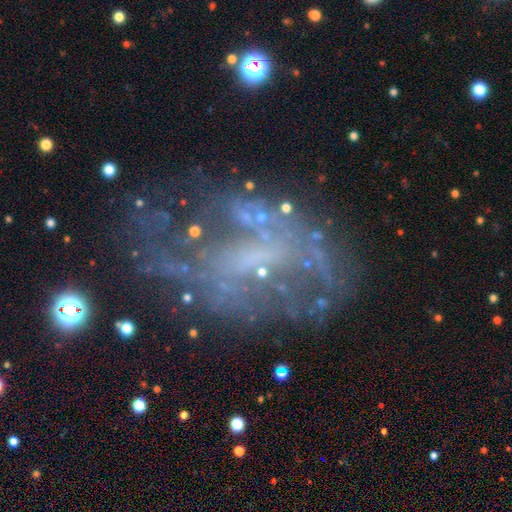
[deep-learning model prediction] Smooth or featured? Predicted: featured or disk (p=0.65). Edge-on disk? Predicted: no (p=0.96). Bar? Predicted: no (p=0.61). Spiral arms? Predicted: no (p=0.57). Bulge size? Predicted: none (p=0.54). Merging? Predicted: none (p=0.47).